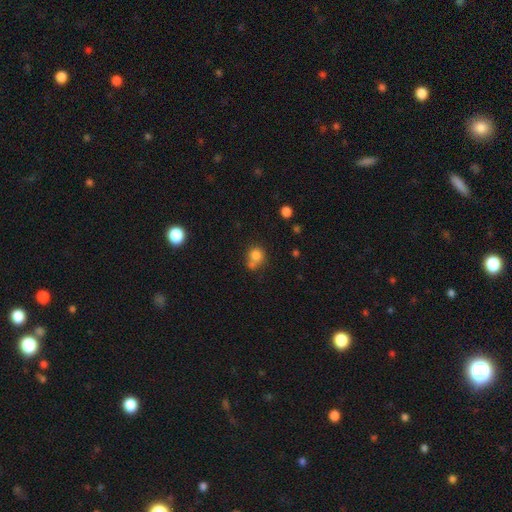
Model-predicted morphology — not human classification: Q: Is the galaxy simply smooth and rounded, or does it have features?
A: smooth — 80%.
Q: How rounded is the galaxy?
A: round — 81%.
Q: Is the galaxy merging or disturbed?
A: none — 46%.